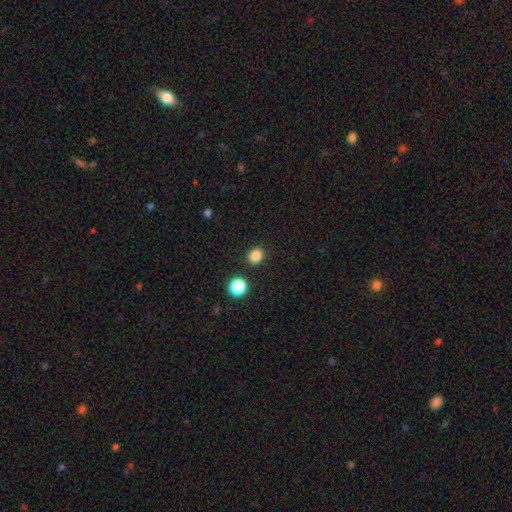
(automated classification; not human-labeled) A smooth galaxy with no disk features (85%) that is round (75%). Merging: none (88%).